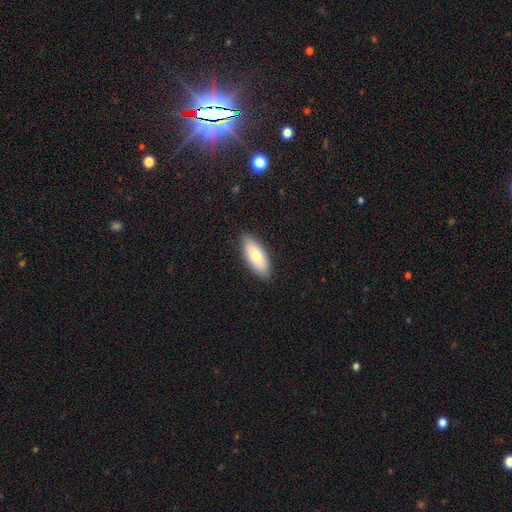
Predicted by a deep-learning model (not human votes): Morphology: type=smooth (76%); roundness=in between (79%); merging=none (87%).